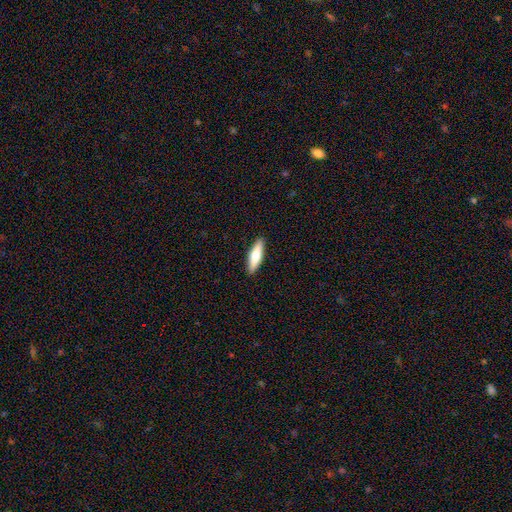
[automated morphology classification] smooth-or-featured: smooth: 68% | featured or disk: 27% | star or artifact: 5%
  how-rounded: cigar-shaped: 64% | in between: 35% | round: 2%
  merging: none: 90% | minor disturbance: 7% | major disturbance: 2% | merger: 1%